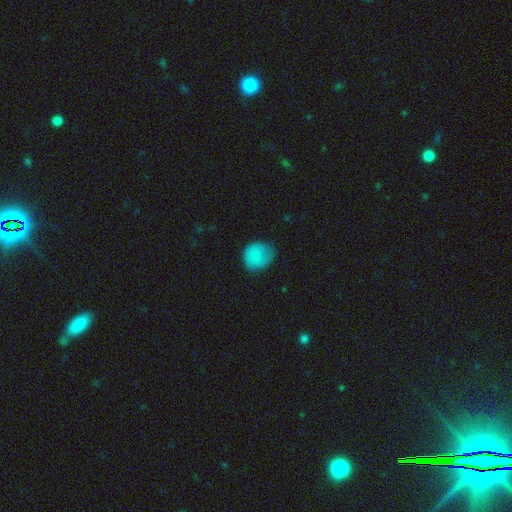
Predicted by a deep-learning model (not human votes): Smooth or featured: smooth — 81% (featured or disk — 10%)
How rounded: round — 76% (in between — 24%)
Merging: none — 57% (minor disturbance — 33%)